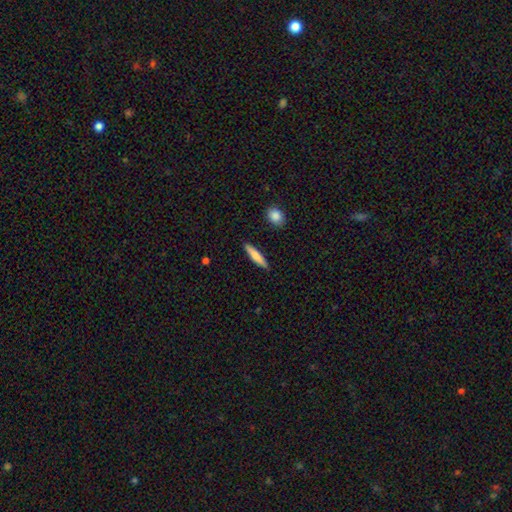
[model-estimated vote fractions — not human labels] Morphology: type=smooth (77%); roundness=cigar-shaped (85%); merging=none (89%).